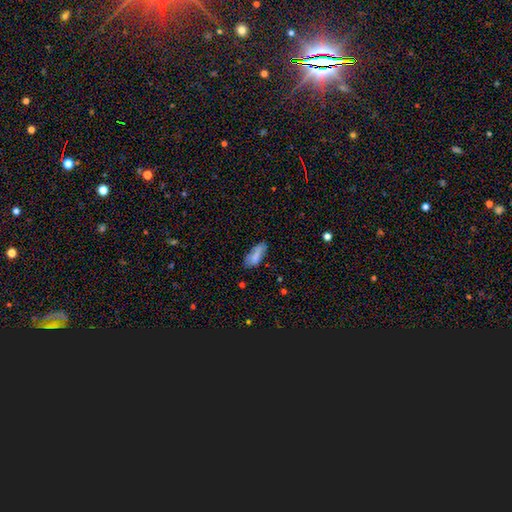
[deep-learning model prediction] smooth 79%, featured or disk 13%, star or artifact 8%. Down the decision tree: how rounded — in between (78%); merging — none (62%).